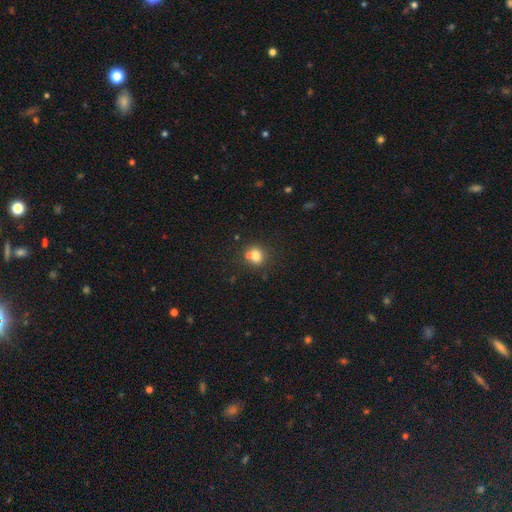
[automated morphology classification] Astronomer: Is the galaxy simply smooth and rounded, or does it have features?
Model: smooth — 74%.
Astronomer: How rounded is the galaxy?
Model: round — 72%.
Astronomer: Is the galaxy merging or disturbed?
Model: none — 50% (runner-up: merger, 37%).